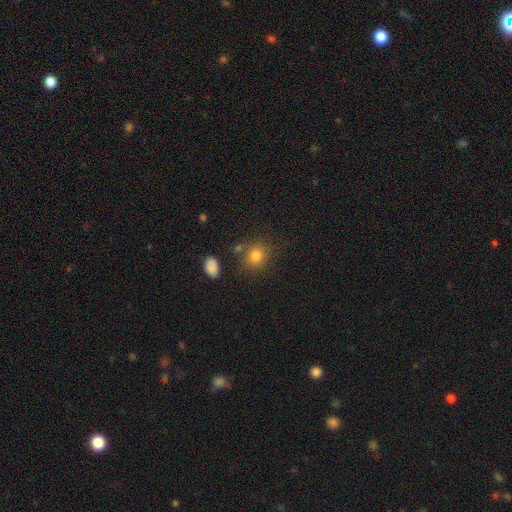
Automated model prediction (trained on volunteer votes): smooth 80%, star or artifact 12%, featured or disk 8%. Down the decision tree: how rounded — round (74%); merging — none (75%).